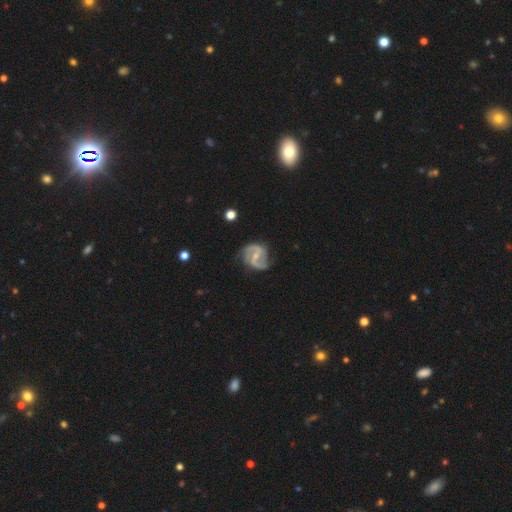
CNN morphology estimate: type=featured or disk (89%); edge-on=no (98%); bar=weak (48%); spiral arms=yes (97%); winding=medium (51%); arm count=2 (89%); bulge=small (61%); merging=none (67%).